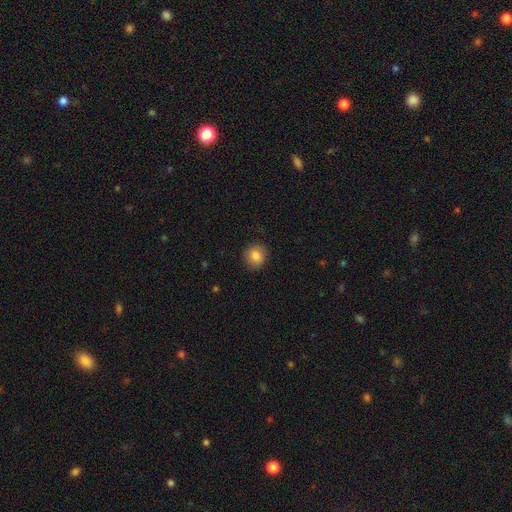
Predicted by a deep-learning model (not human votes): Smooth or featured? smooth (85%)
How rounded? round (86%)
Merging? none (87%)